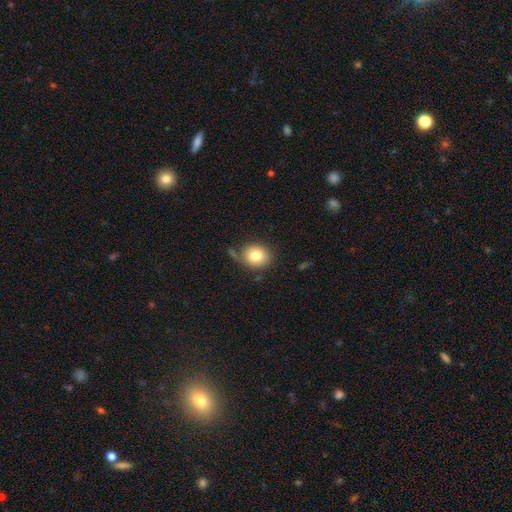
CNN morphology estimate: smooth_or_featured: smooth (p=0.80) [alt: featured or disk p=0.11]
how_rounded: round (p=0.65) [alt: in between p=0.34]
merging: none (p=0.68) [alt: minor disturbance p=0.19]